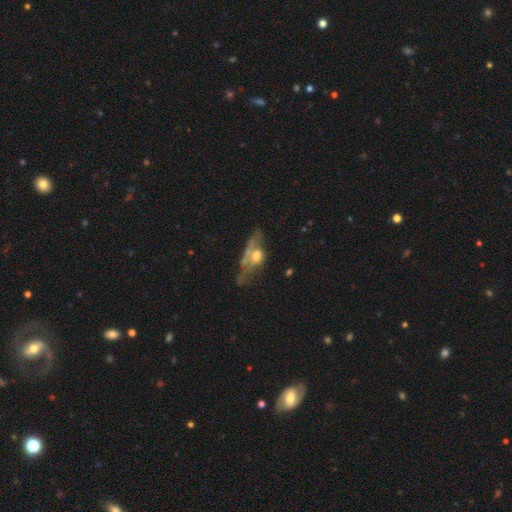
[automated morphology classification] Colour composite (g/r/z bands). It shows a featured or disk galaxy (52%). Merging: major disturbance (35%).